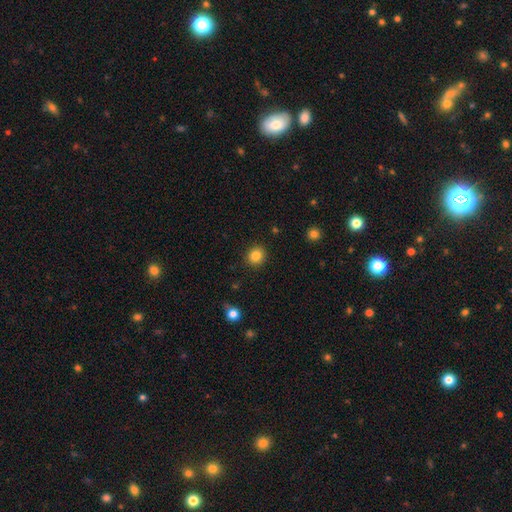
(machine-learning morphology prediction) type=smooth (85%); roundness=round (87%); merging=none (91%).